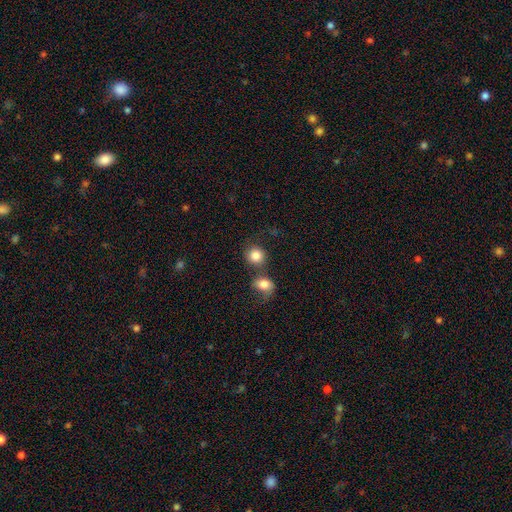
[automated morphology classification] Q: Smooth or featured?
A: smooth (83%); runner-up: star or artifact (9%)
Q: How rounded?
A: round (84%); runner-up: in between (15%)
Q: Merging?
A: none (48%); runner-up: merger (35%)